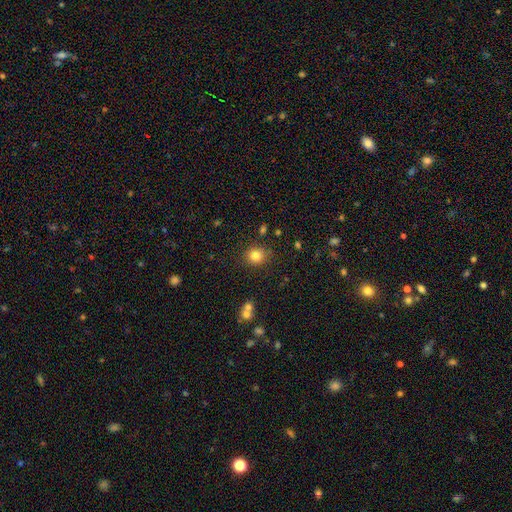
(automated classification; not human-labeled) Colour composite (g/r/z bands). It shows a smooth galaxy with no disk features (81%) that is round (79%). Merging: none (84%).